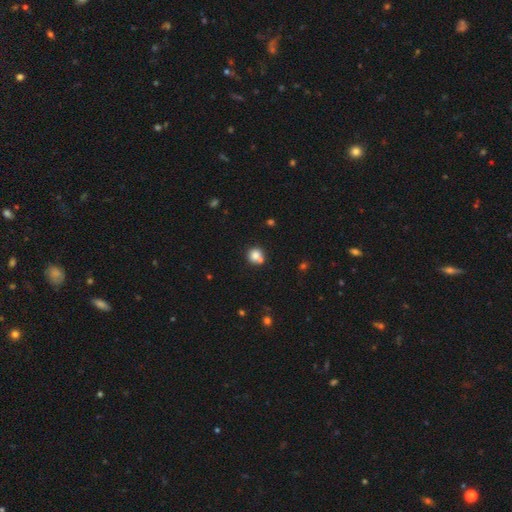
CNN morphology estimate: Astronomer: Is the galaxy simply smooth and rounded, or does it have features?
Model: smooth — 81%.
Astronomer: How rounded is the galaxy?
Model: round — 88%.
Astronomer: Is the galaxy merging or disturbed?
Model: none — 58%.